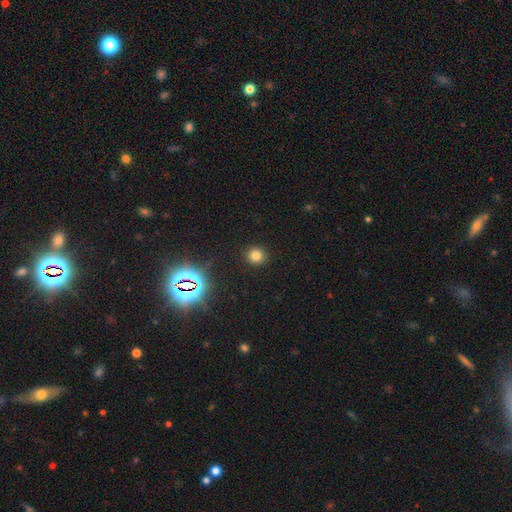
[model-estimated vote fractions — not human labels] Q: Smooth or featured?
A: smooth (76%); runner-up: star or artifact (19%)
Q: How rounded?
A: round (92%); runner-up: in between (7%)
Q: Merging?
A: none (91%); runner-up: minor disturbance (5%)